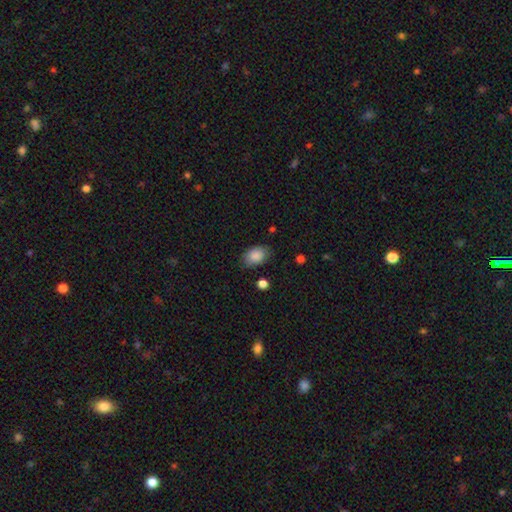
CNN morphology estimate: Smooth or featured? Predicted: smooth (p=0.87). How rounded? Predicted: in between (p=0.84). Merging? Predicted: none (p=0.79).